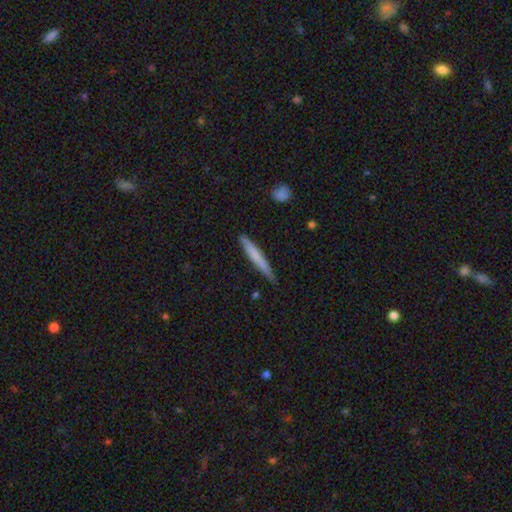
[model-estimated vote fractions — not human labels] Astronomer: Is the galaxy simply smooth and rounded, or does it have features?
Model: smooth — 67%.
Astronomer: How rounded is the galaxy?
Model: cigar-shaped — 96%.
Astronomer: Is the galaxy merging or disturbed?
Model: none — 84%.